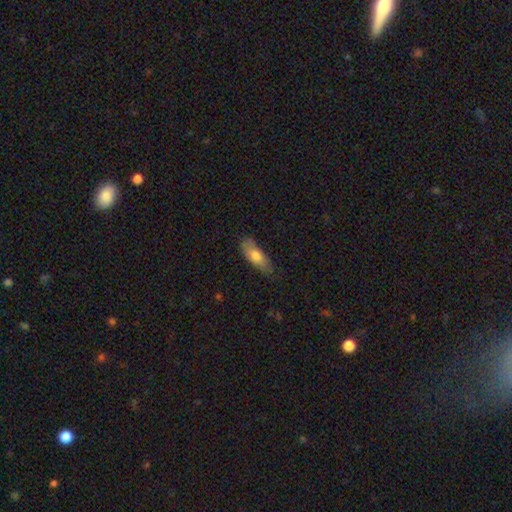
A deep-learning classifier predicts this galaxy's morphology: Overall: smooth (73%). How rounded: in between (69%). Merging: none (72%).